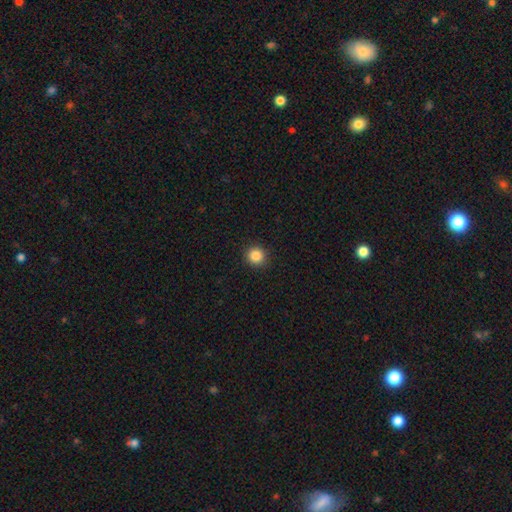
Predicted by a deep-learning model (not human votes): This is clearly a smooth galaxy (86%). How rounded: clearly round (94%). Merging: clearly none (92%).